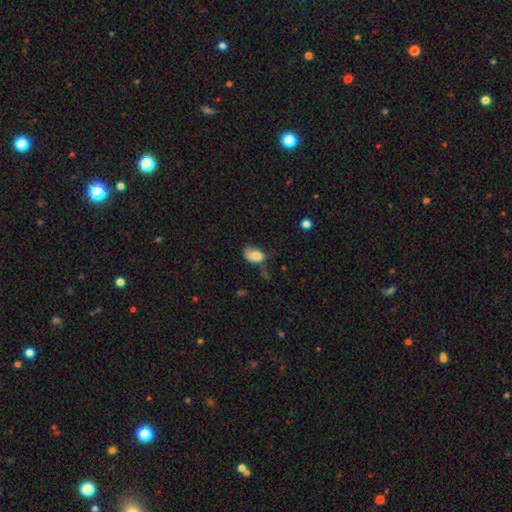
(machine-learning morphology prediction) Smooth or featured?
  - smooth: 80% *
  - featured or disk: 11%
  - star or artifact: 9%
How rounded?
  - in between: 86% *
  - round: 13%
  - cigar-shaped: 2%
Merging?
  - minor disturbance: 37% *
  - none: 32%
  - major disturbance: 25%
  - merger: 6%